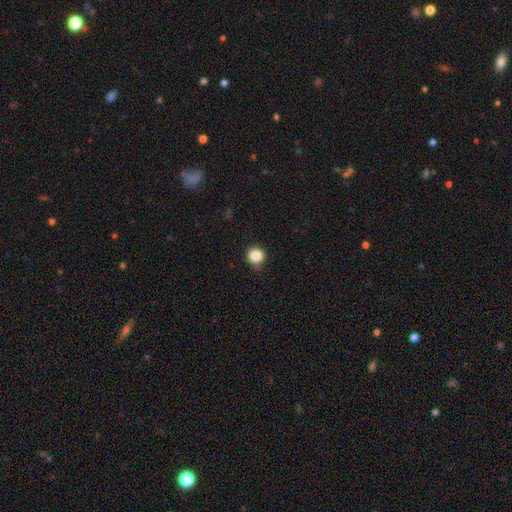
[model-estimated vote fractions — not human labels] smooth 86%, star or artifact 11%, featured or disk 4%. Down the decision tree: how rounded — round (92%); merging — none (80%).